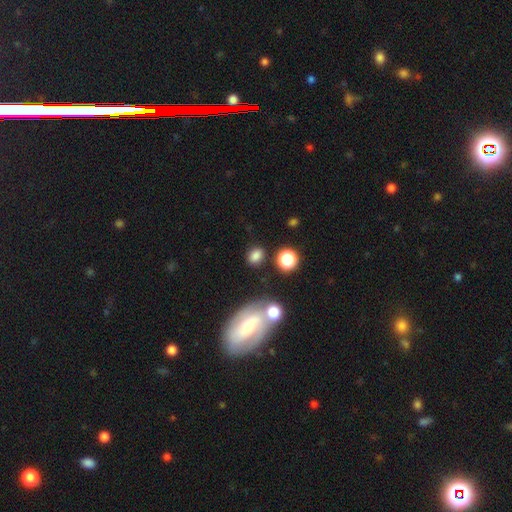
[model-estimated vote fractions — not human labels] This appears to be a smooth galaxy with no disk features (80%) that is in between round and cigar-shaped (52%). Merging: none (77%).